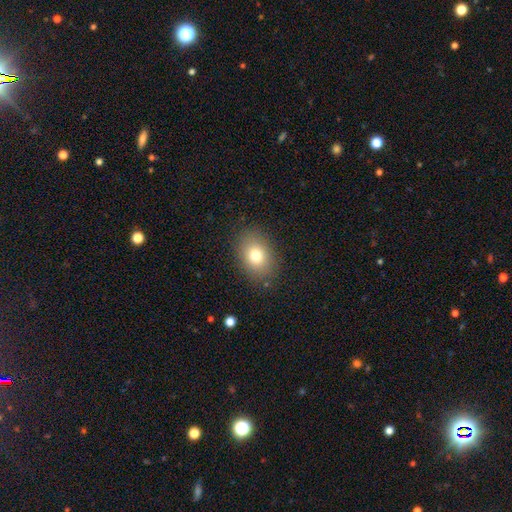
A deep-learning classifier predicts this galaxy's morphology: This is likely a smooth galaxy (77%). How rounded: likely in between (70%). Merging: clearly none (85%).